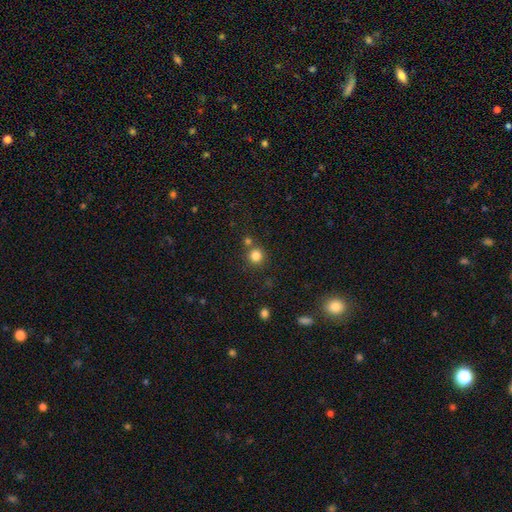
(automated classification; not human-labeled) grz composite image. It shows a smooth galaxy with no disk features (82%) that is round (93%). Merging: none (75%).